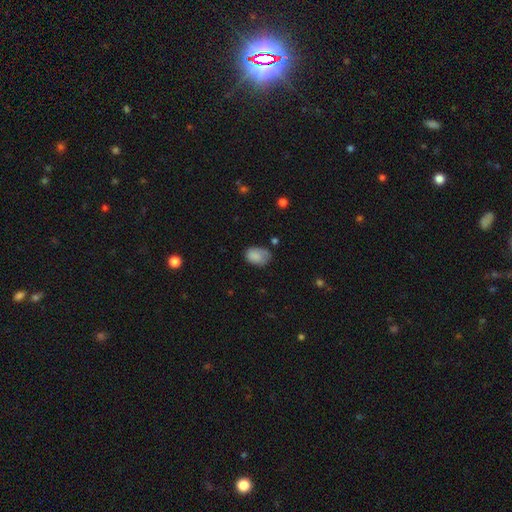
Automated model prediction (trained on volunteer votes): smooth_or_featured: smooth (p=0.83) [alt: featured or disk p=0.09]
how_rounded: in between (p=0.77) [alt: round p=0.22]
merging: none (p=0.55) [alt: minor disturbance p=0.31]